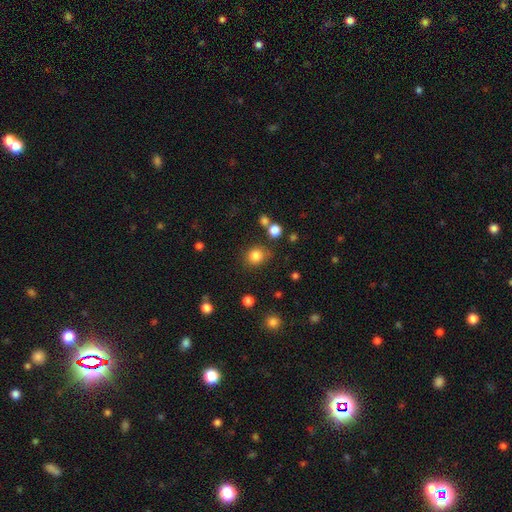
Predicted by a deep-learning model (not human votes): Smooth or featured: smooth — 83% (star or artifact — 12%)
How rounded: round — 80% (in between — 19%)
Merging: none — 78% (minor disturbance — 13%)